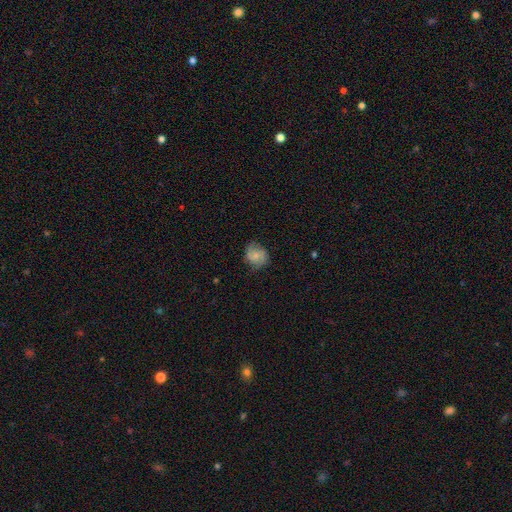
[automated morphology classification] Smooth or featured?
  - smooth: 46% * (tied)
  - featured or disk: 46% * (tied)
  - star or artifact: 8%
Merging?
  - none: 72% *
  - minor disturbance: 21%
  - major disturbance: 6%
  - merger: 1%